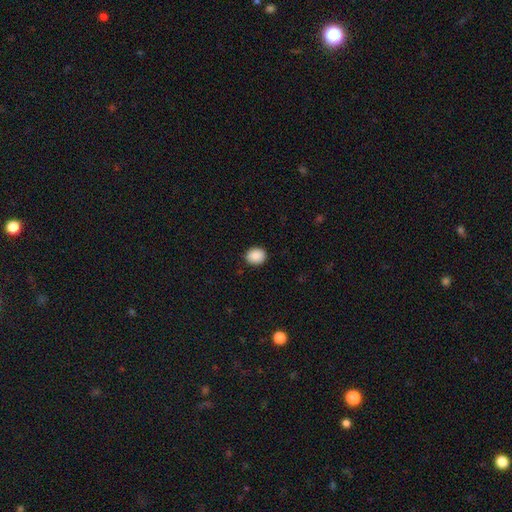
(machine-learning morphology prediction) This is clearly a smooth galaxy (90%). How rounded: likely round (66%). Merging: clearly none (90%).